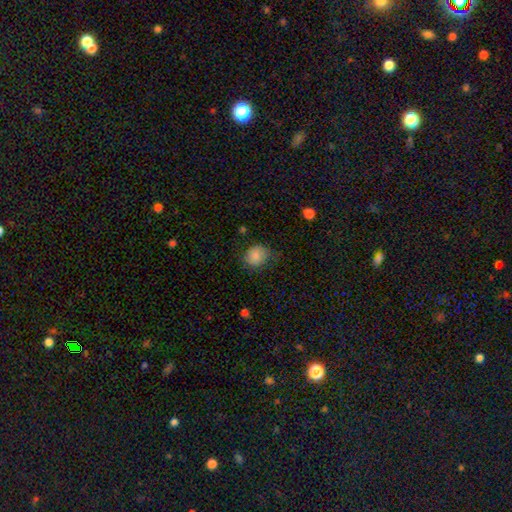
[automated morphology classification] Smooth or featured: smooth — 85% (star or artifact — 8%)
How rounded: round — 66% (in between — 33%)
Merging: none — 65% (minor disturbance — 26%)